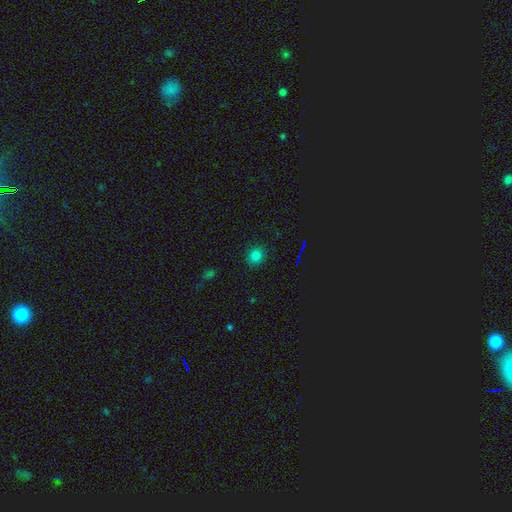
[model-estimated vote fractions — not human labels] This is likely a smooth galaxy (78%). How rounded: clearly round (82%). Merging: clearly none (89%).